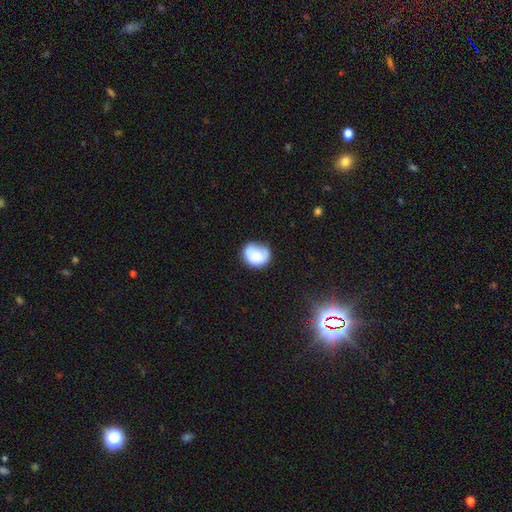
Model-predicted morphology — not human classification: This is likely a smooth galaxy (76%). How rounded: possibly round (60%). Merging: possibly none (55%).